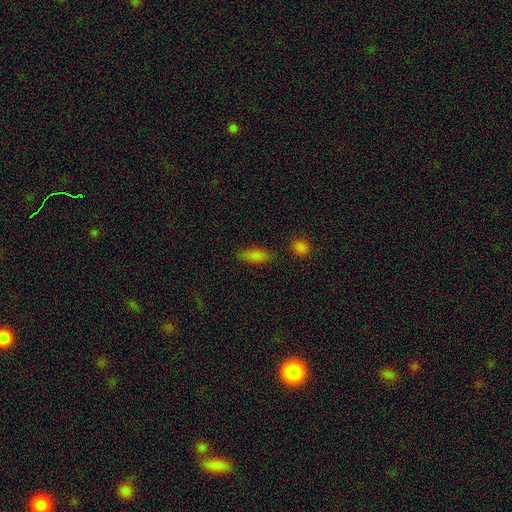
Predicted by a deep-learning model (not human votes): Overall: smooth (82%). How rounded: in between (75%). Merging: none (78%).